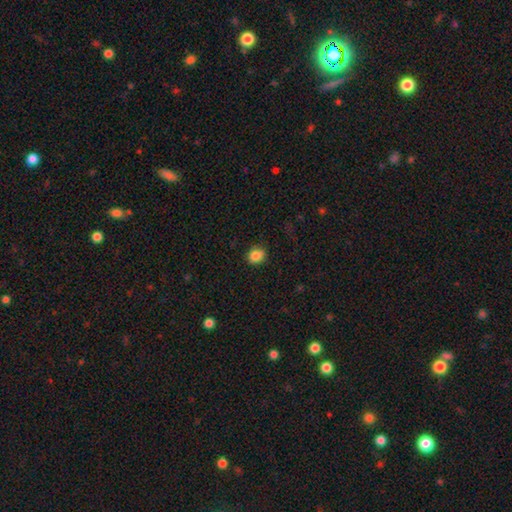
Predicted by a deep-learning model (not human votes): Smooth or featured: smooth — 85% (star or artifact — 10%)
How rounded: round — 72% (in between — 27%)
Merging: none — 85% (minor disturbance — 11%)